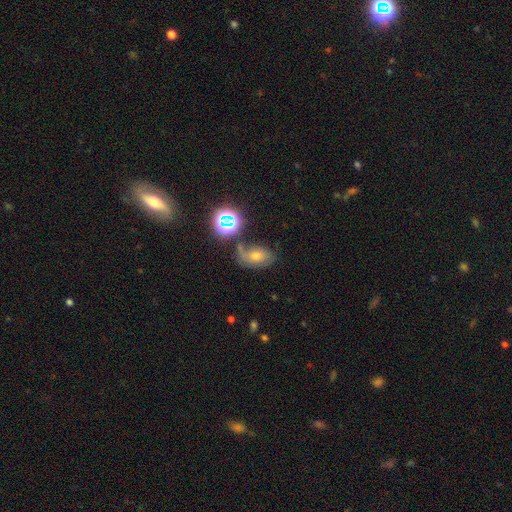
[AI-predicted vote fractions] Smooth or featured? Predicted: star or artifact (p=0.35).